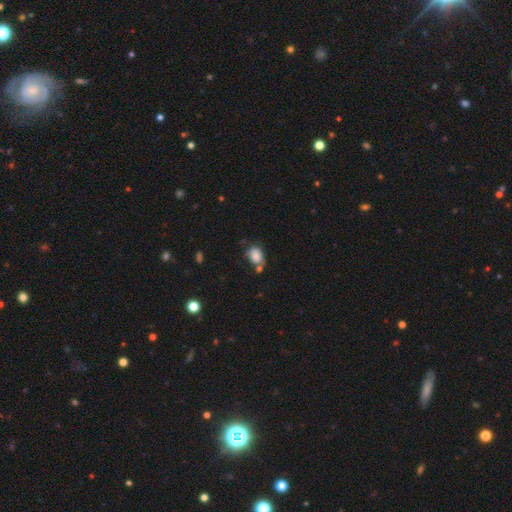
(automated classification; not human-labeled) smooth_or_featured: smooth (p=0.84) [alt: star or artifact p=0.09]
how_rounded: in between (p=0.68) [alt: round p=0.30]
merging: none (p=0.51) [alt: minor disturbance p=0.22]